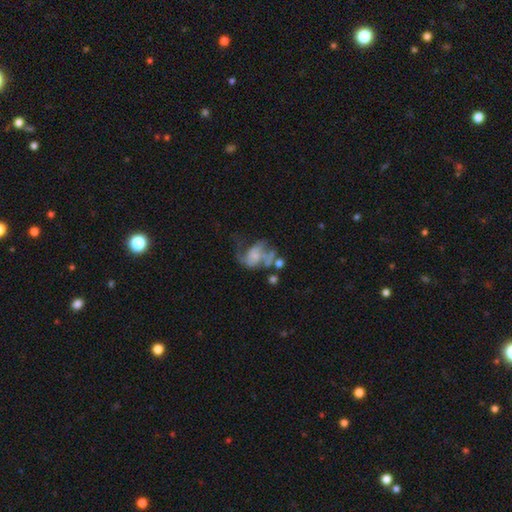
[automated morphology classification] Overall: featured or disk (65%; smooth 25%). Edge-on disk: no (98%). Bar: no (71%). Spiral arms: yes (69%; no 31%). Bulge size: none (37%; small 31%). Merging: major disturbance (45%; none 23%).